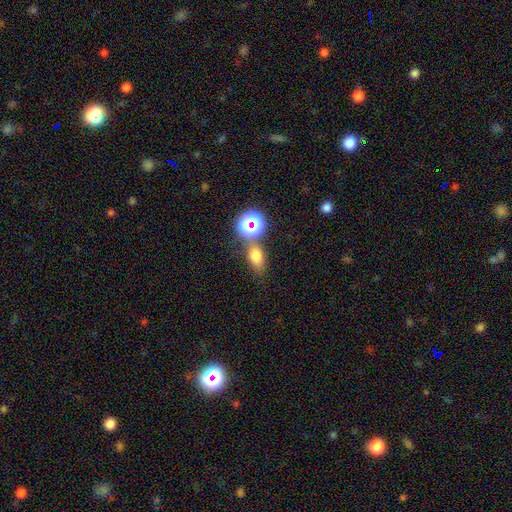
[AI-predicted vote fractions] Q: Smooth or featured?
A: smooth (70%); runner-up: star or artifact (20%)
Q: How rounded?
A: in between (70%); runner-up: round (27%)
Q: Merging?
A: none (63%); runner-up: merger (19%)